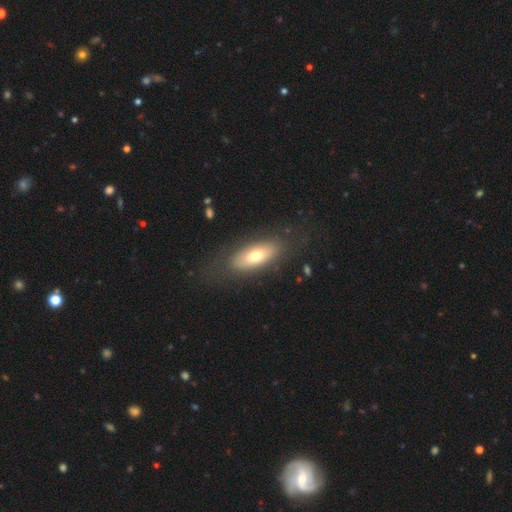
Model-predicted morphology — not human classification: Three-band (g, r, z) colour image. It shows a smooth galaxy with no disk features (65%) that is in between round and cigar-shaped (78%). Merging: none (78%).